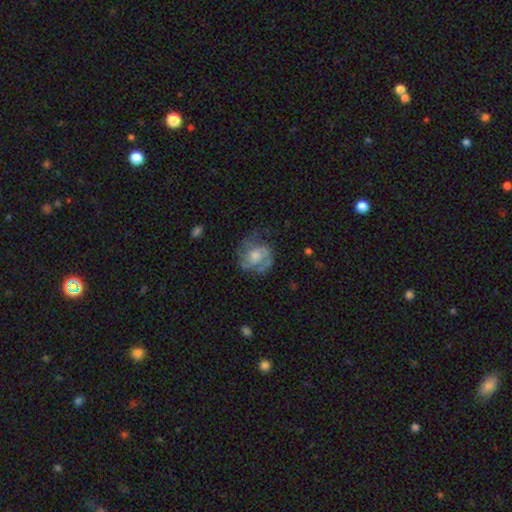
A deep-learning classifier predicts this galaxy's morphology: Smooth or featured? featured or disk (69%)
Edge-on disk? no (98%)
Bar? no (68%)
Spiral arms? yes (86%)
Spiral winding? medium (46%)
Spiral arm count? 2 (49%)
Bulge size? moderate (53%)
Merging? none (59%)